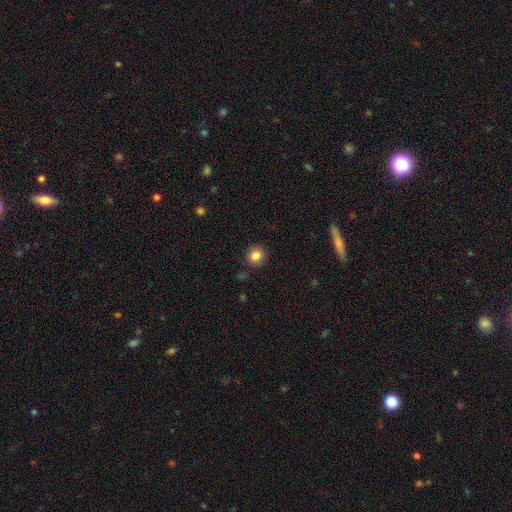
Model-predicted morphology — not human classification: Smooth or featured?
  - smooth: 84% *
  - star or artifact: 11%
  - featured or disk: 5%
How rounded?
  - round: 91% *
  - in between: 8%
  - cigar-shaped: 1%
Merging?
  - none: 90% *
  - minor disturbance: 7%
  - major disturbance: 2%
  - merger: 1%